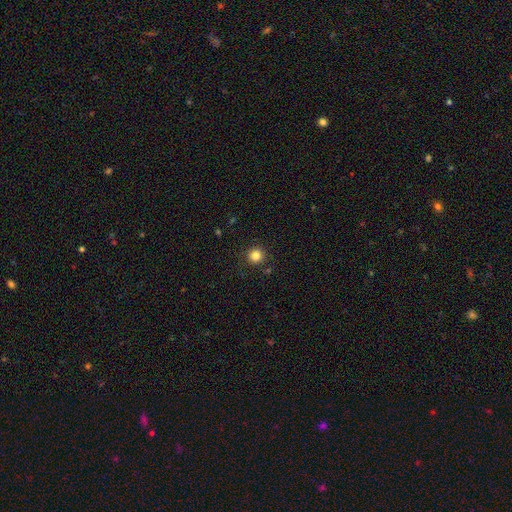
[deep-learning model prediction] Smooth or featured? Predicted: smooth (p=0.82). How rounded? Predicted: round (p=0.94). Merging? Predicted: none (p=0.89).